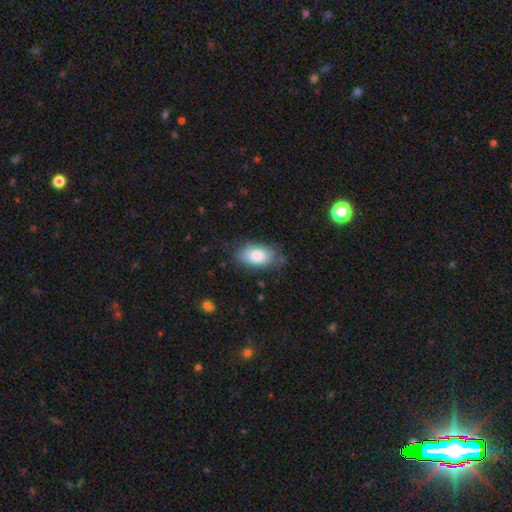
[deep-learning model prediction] Smooth or featured?
  - smooth: 80% *
  - featured or disk: 14%
  - star or artifact: 6%
How rounded?
  - in between: 93% *
  - round: 4%
  - cigar-shaped: 3%
Merging?
  - none: 70% *
  - minor disturbance: 22%
  - major disturbance: 6%
  - merger: 2%